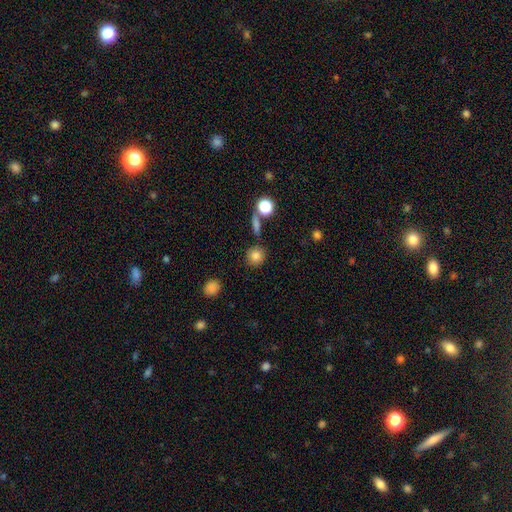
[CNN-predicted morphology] This appears to be a smooth galaxy with no disk features (82%) that is round (87%). Merging: none (81%).